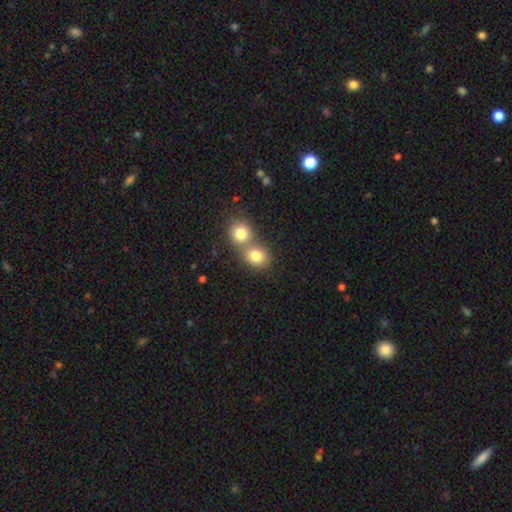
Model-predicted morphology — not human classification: A smooth galaxy with no disk features (80%) that is round (75%).

Vote fractions:
- Smooth or featured? smooth: 80% / star or artifact: 11% / featured or disk: 9%
- How rounded? round: 75% / in between: 24% / cigar-shaped: 1%
- Merging? merger: 56% / none: 36% / minor disturbance: 6% / major disturbance: 2%